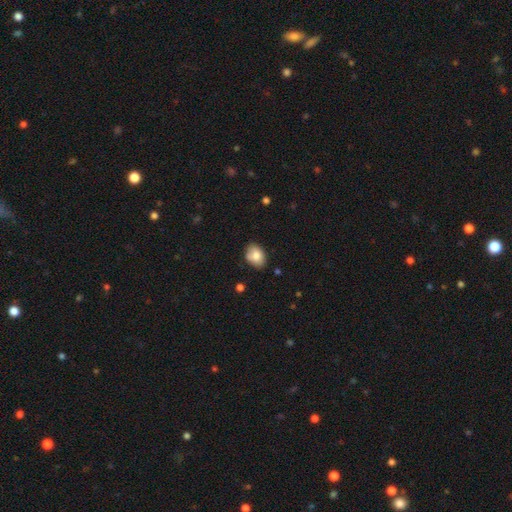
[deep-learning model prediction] The model was most divided on "how rounded": in between: 74%, round: 25%, cigar-shaped: 1%. More confident: smooth or featured — smooth (80%); merging — none (76%).